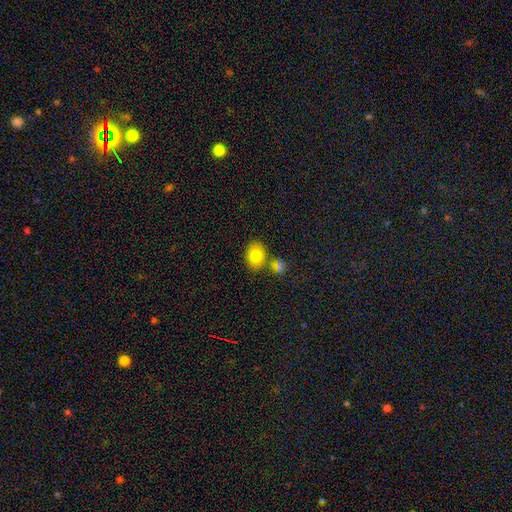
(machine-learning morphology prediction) Smooth or featured? smooth (80%)
How rounded? in between (65%)
Merging? none (69%)